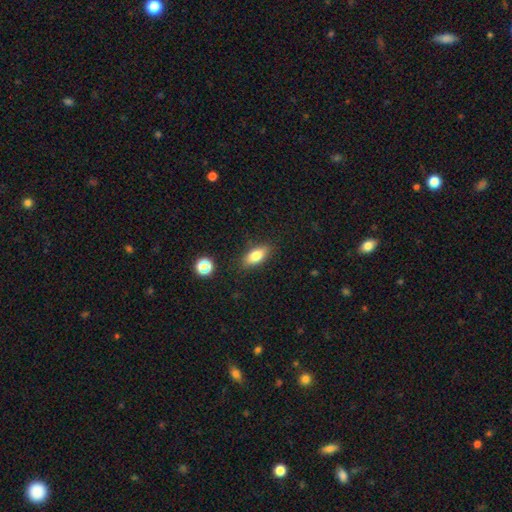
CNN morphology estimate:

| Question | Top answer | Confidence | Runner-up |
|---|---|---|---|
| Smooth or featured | smooth | 79% | featured or disk (13%) |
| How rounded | in between | 84% | cigar-shaped (11%) |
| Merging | none | 85% | minor disturbance (11%) |